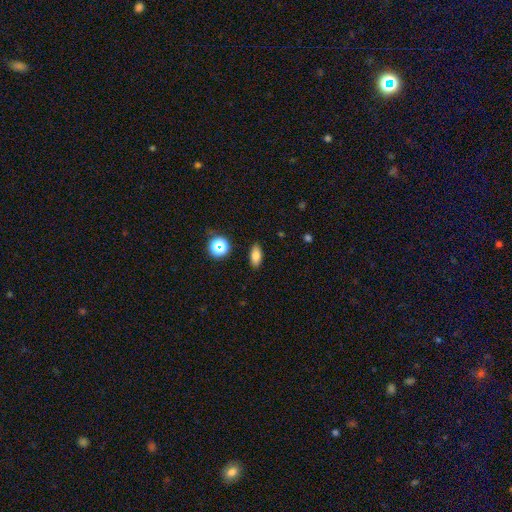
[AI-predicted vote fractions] smooth-or-featured: smooth: 77% | star or artifact: 12% | featured or disk: 11%
  how-rounded: in between: 82% | cigar-shaped: 10% | round: 8%
  merging: none: 88% | minor disturbance: 8% | major disturbance: 2% | merger: 2%